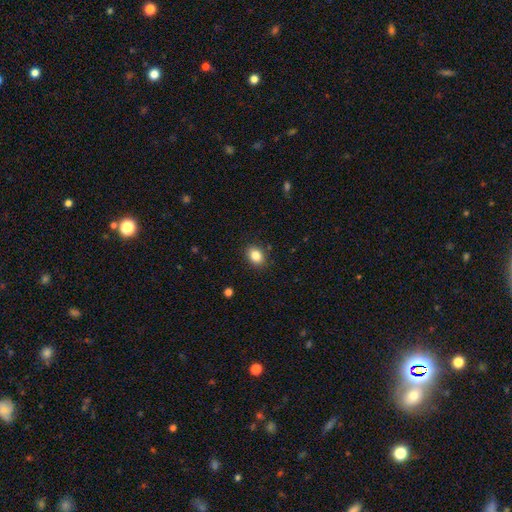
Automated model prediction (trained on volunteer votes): smooth_or_featured: smooth (p=0.85) [alt: star or artifact p=0.09]
how_rounded: in between (p=0.62) [alt: round p=0.37]
merging: none (p=0.88) [alt: minor disturbance p=0.09]